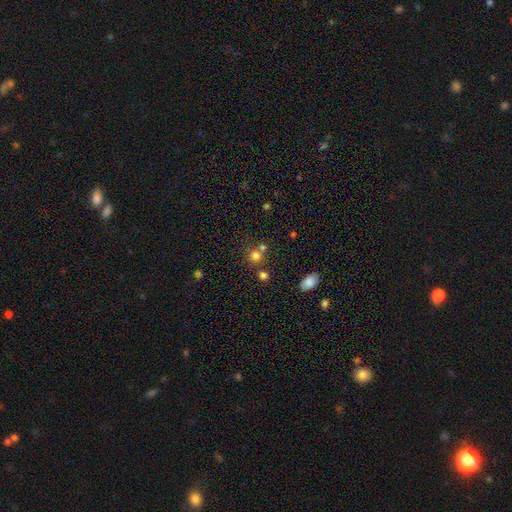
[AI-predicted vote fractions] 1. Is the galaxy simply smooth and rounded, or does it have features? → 75% smooth, 16% star or artifact, 9% featured or disk.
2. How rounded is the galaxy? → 87% round, 12% in between, 1% cigar-shaped.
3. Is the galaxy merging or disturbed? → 60% none, 29% merger, 8% minor disturbance, 3% major disturbance.